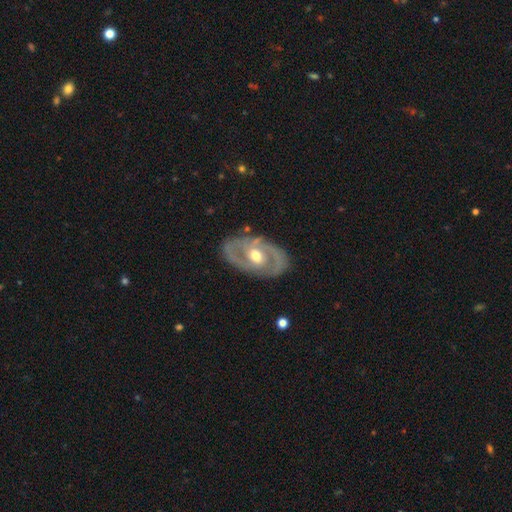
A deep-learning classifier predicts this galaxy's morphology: This appears to be a featured or disk galaxy (82%) with no bar (52%), 2 (78%) medium (44%) spiral arms (78%) and a moderate central bulge (75%). Merging: none (80%).